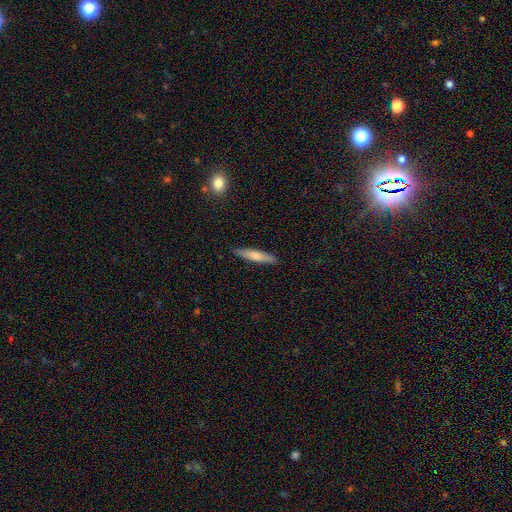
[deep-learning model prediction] smooth_or_featured: smooth (p=0.71) [alt: featured or disk p=0.23]
how_rounded: cigar-shaped (p=0.85) [alt: in between p=0.14]
merging: none (p=0.89) [alt: minor disturbance p=0.09]